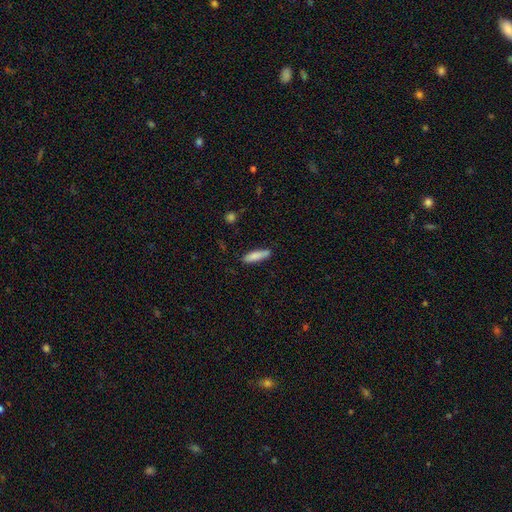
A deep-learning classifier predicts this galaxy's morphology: type=smooth (84%); roundness=cigar-shaped (67%); merging=none (83%).